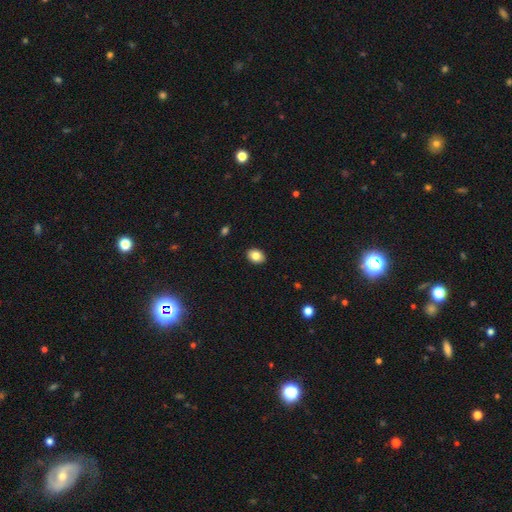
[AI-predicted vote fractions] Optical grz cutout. It shows a smooth galaxy with no disk features (84%) that is in between round and cigar-shaped (71%). Merging: none (90%).